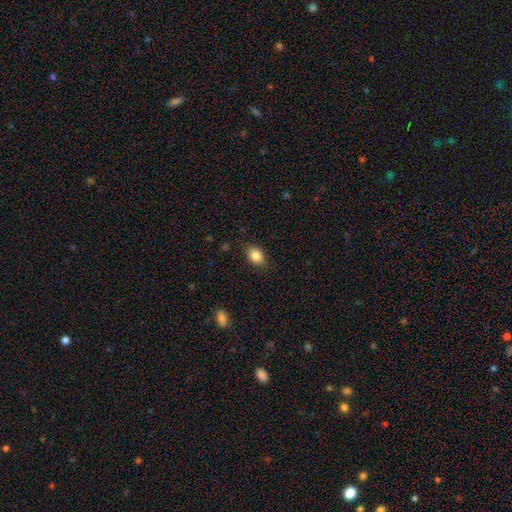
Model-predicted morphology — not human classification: smooth_or_featured: smooth (p=0.86) [alt: star or artifact p=0.09]
how_rounded: in between (p=0.72) [alt: round p=0.27]
merging: none (p=0.84) [alt: minor disturbance p=0.12]